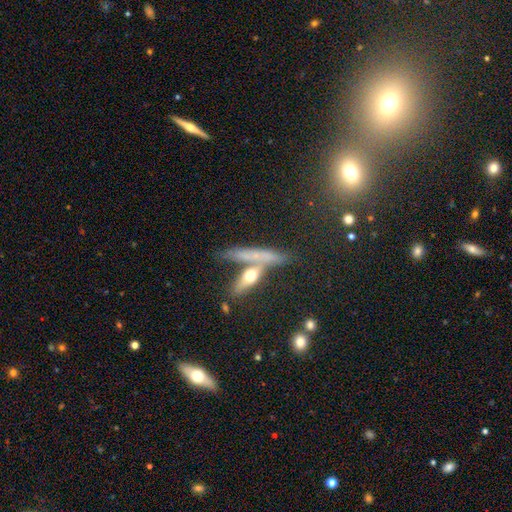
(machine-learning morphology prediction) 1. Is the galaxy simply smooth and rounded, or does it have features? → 48% featured or disk, 40% smooth, 13% star or artifact.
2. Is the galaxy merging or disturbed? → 60% none, 22% merger, 13% minor disturbance, 6% major disturbance.